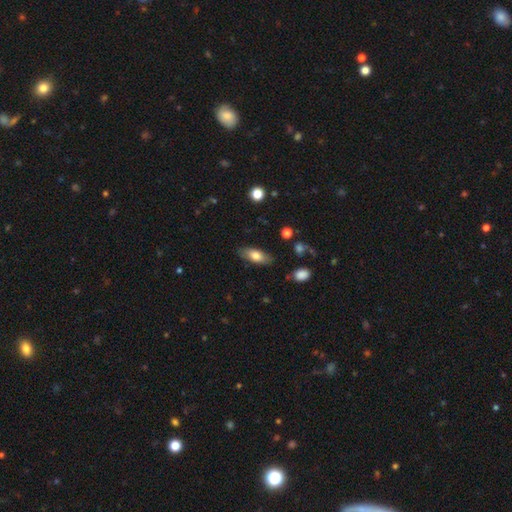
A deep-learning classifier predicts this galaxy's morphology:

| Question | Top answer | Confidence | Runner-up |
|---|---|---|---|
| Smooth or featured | smooth | 74% | featured or disk (19%) |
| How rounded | in between | 80% | cigar-shaped (17%) |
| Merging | none | 82% | minor disturbance (13%) |